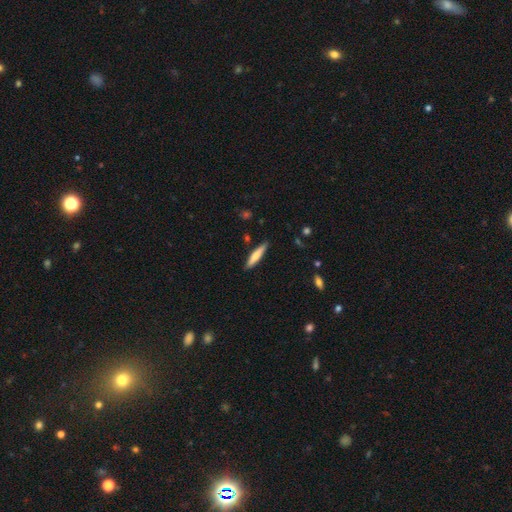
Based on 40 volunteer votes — Morphology: type=smooth (68%); roundness=cigar-shaped (85%); merging=none (84%).